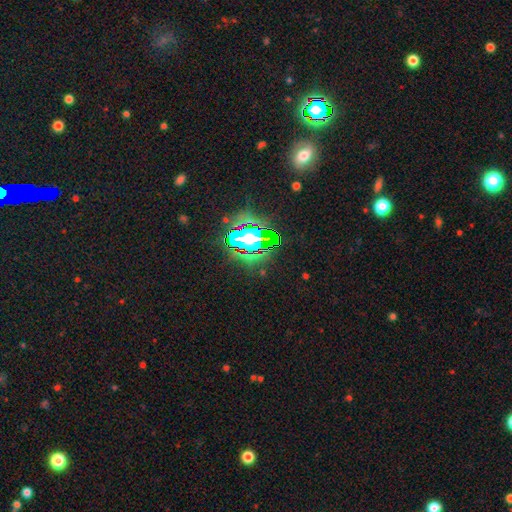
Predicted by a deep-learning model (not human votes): smooth_or_featured: star or artifact (p=0.84) [alt: smooth p=0.09]